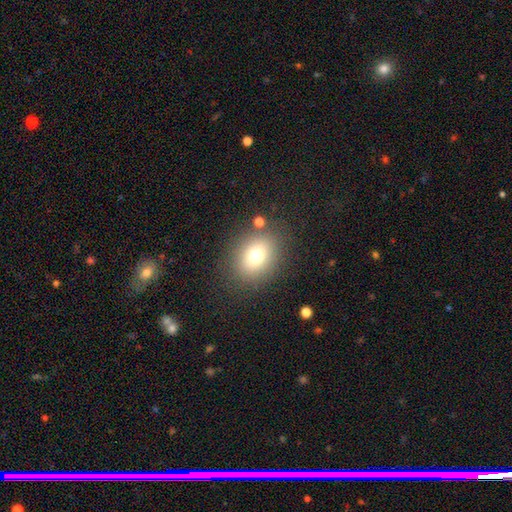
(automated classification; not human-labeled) smooth_or_featured: smooth (p=0.74) [alt: star or artifact p=0.13]
how_rounded: round (p=0.51) [alt: in between p=0.48]
merging: none (p=0.82) [alt: minor disturbance p=0.10]